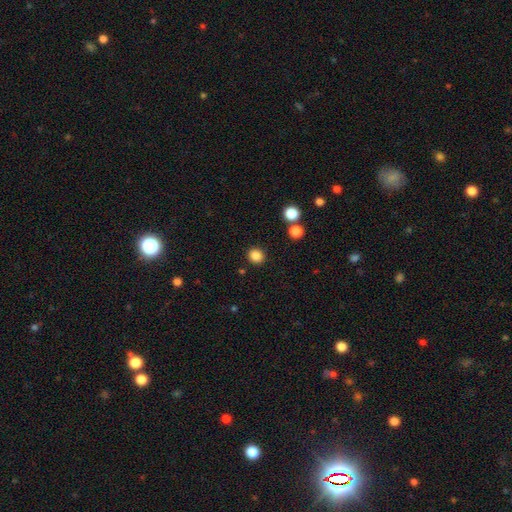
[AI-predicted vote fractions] smooth 85%, star or artifact 11%, featured or disk 4%. Down the decision tree: how rounded — round (85%); merging — none (90%).